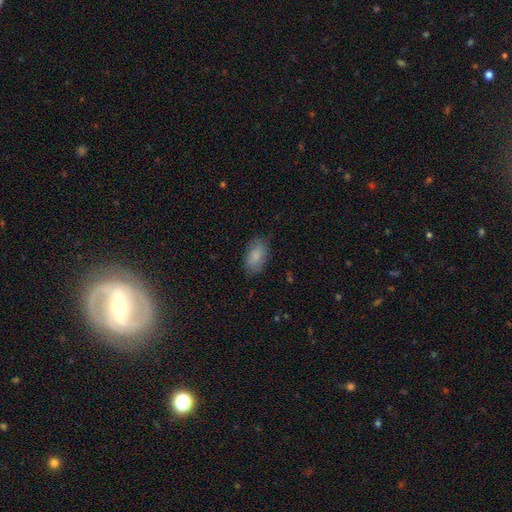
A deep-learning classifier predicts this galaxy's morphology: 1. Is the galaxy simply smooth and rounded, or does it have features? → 86% smooth, 7% featured or disk, 6% star or artifact.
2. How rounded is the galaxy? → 93% in between, 4% round, 2% cigar-shaped.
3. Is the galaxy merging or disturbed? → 80% none, 15% minor disturbance, 4% major disturbance, 1% merger.